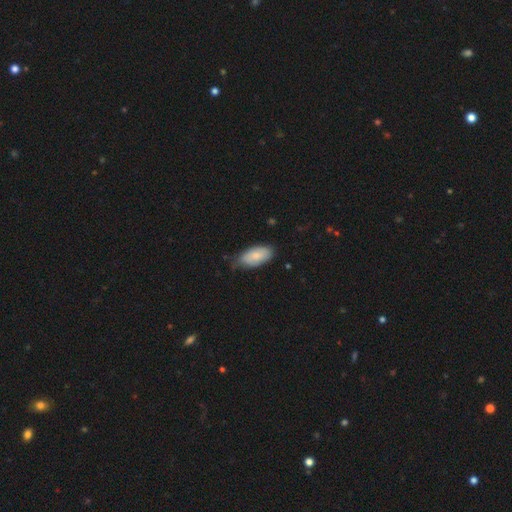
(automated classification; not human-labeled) This is likely a smooth galaxy (79%). How rounded: clearly in between (92%). Merging: possibly none (59%).